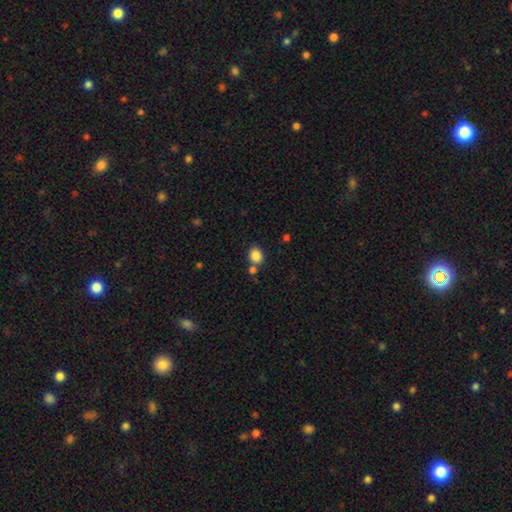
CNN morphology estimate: Smooth or featured? Predicted: smooth (p=0.86). How rounded? Predicted: round (p=0.52). Merging? Predicted: none (p=0.66).